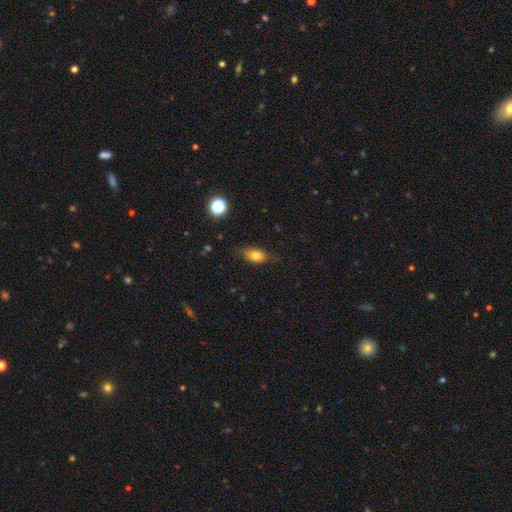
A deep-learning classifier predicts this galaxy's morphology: Overall: smooth (79%). How rounded: in between (83%). Merging: none (77%).